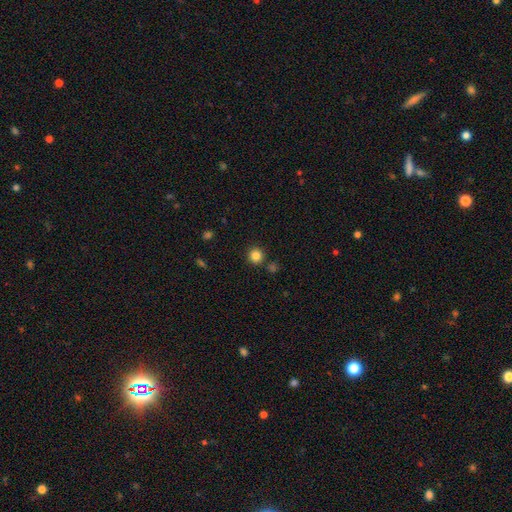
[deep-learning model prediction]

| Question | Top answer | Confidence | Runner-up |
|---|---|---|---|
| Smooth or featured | smooth | 84% | star or artifact (12%) |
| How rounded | round | 94% | in between (5%) |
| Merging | none | 86% | minor disturbance (7%) |